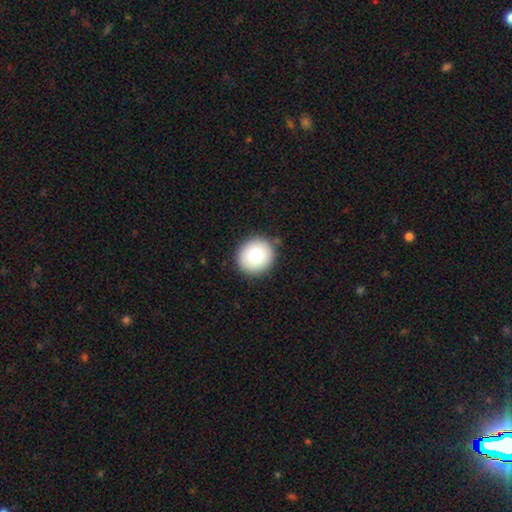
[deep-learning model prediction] Smooth or featured? smooth (83%)
How rounded? round (89%)
Merging? none (88%)